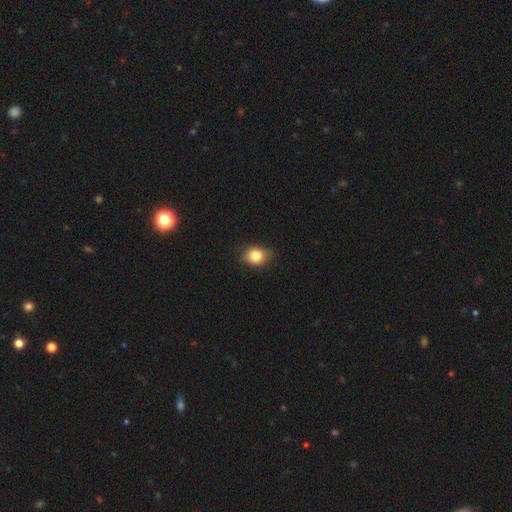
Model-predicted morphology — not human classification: This is clearly a smooth galaxy (82%). How rounded: possibly in between (53%). Merging: likely none (79%).